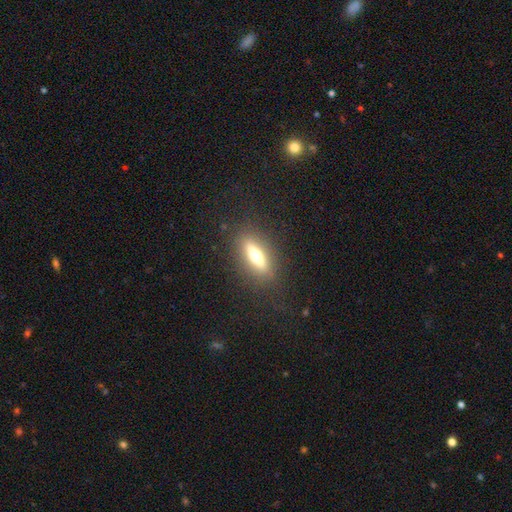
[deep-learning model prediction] Morphology: type=smooth (46%, tied with featured or disk); merging=none (85%).